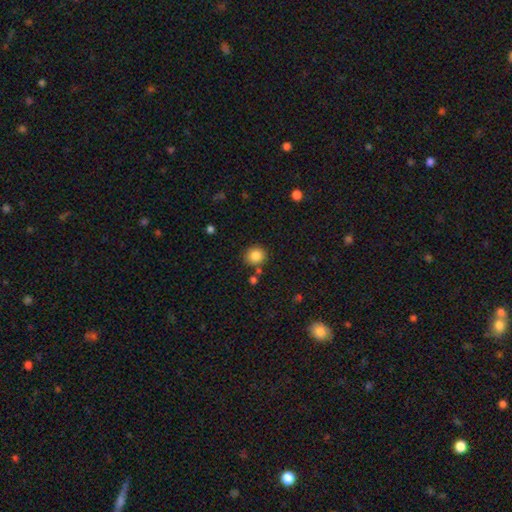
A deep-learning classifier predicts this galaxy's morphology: A smooth galaxy with no disk features (85%) that is round (85%).

Vote fractions:
- Smooth or featured? smooth: 85% / star or artifact: 10% / featured or disk: 6%
- How rounded? round: 85% / in between: 14% / cigar-shaped: 1%
- Merging? none: 81% / minor disturbance: 10% / merger: 7% / major disturbance: 3%